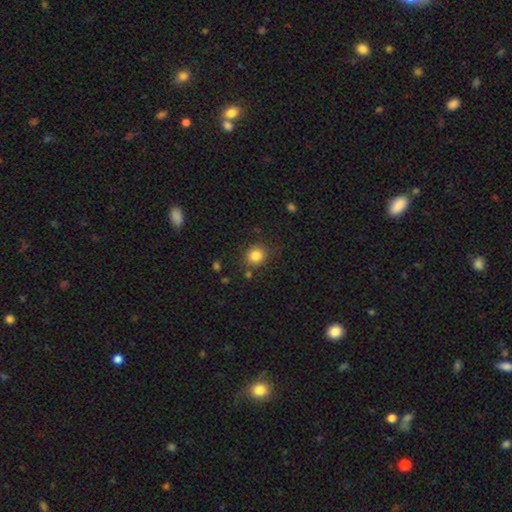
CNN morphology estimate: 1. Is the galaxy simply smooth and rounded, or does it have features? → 84% smooth, 11% star or artifact, 5% featured or disk.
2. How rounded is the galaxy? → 85% round, 14% in between, 1% cigar-shaped.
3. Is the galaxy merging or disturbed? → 83% none, 10% minor disturbance, 4% merger, 3% major disturbance.